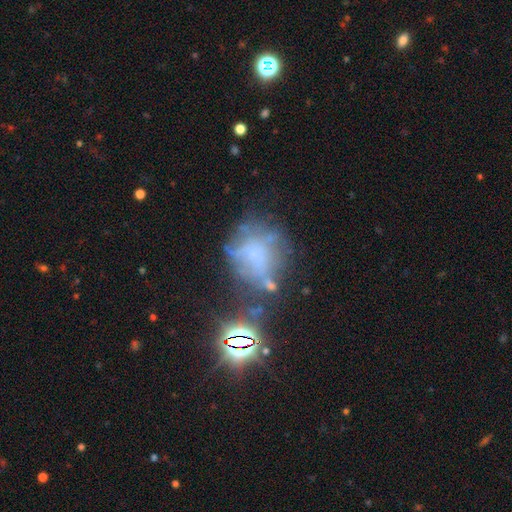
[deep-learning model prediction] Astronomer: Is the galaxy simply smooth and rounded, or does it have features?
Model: featured or disk — 42% (runner-up: smooth, 31%).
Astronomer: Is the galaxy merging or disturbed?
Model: none — 41% (runner-up: major disturbance, 26%).